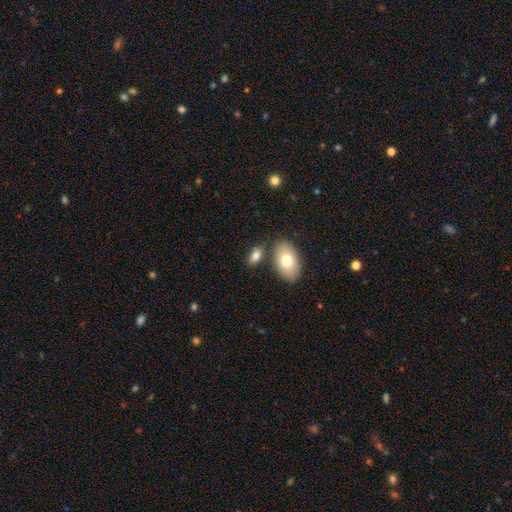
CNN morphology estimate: type=smooth (77%); roundness=in between (90%); merging=none (69%).